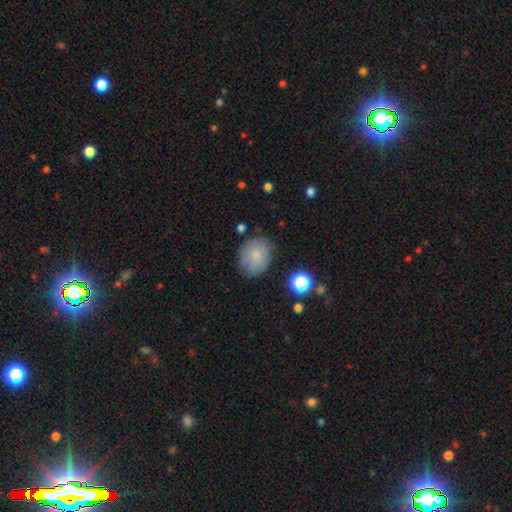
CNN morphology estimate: The model was most divided on "how rounded": round: 58%, in between: 41%, cigar-shaped: 1%. More confident: smooth or featured — smooth (72%); merging — none (69%).